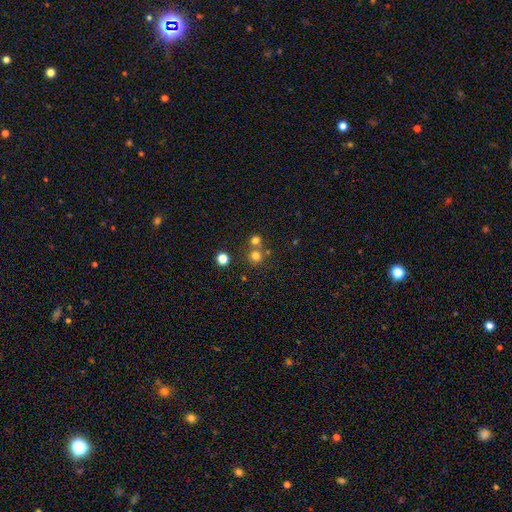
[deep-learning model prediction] Q: Smooth or featured?
A: smooth (74%); runner-up: star or artifact (18%)
Q: How rounded?
A: round (92%); runner-up: in between (7%)
Q: Merging?
A: none (62%); runner-up: merger (30%)